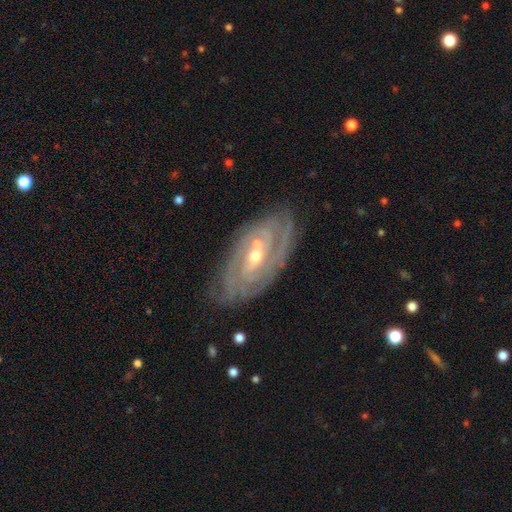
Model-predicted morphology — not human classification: This is clearly a featured or disk galaxy (87%). It is clearly not viewed edge-on (93%). Bar: marginally weak (42%). Spiral arm pattern: clearly yes (94%). Spiral arm count: marginally 2 (36%). Spiral winding: likely tight (72%). Central bulge: possibly small (50%). Merging: likely none (79%).